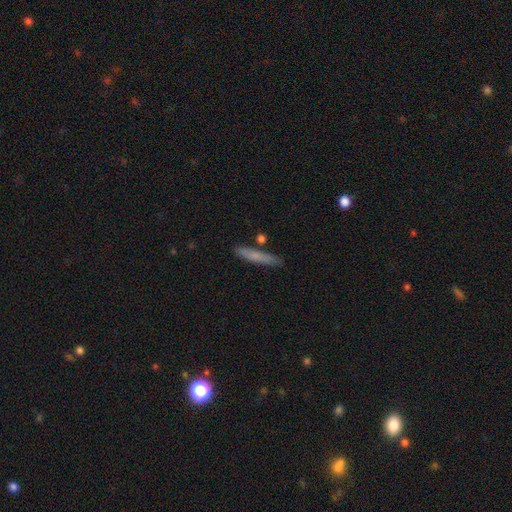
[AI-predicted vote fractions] Smooth or featured? Predicted: smooth (p=0.71). How rounded? Predicted: cigar-shaped (p=0.92). Merging? Predicted: none (p=0.82).